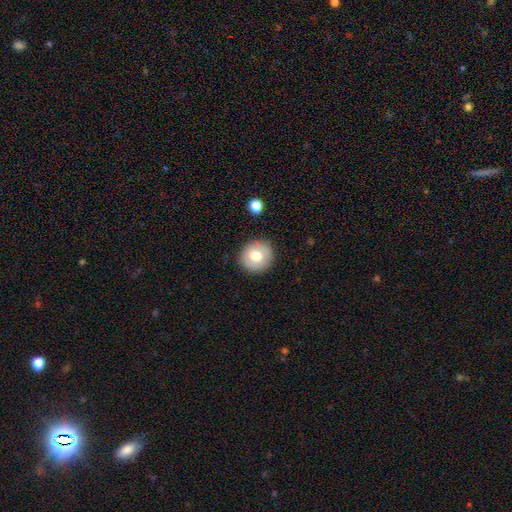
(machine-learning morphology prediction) Smooth or featured? Predicted: smooth (p=0.73). How rounded? Predicted: round (p=0.91). Merging? Predicted: none (p=0.89).